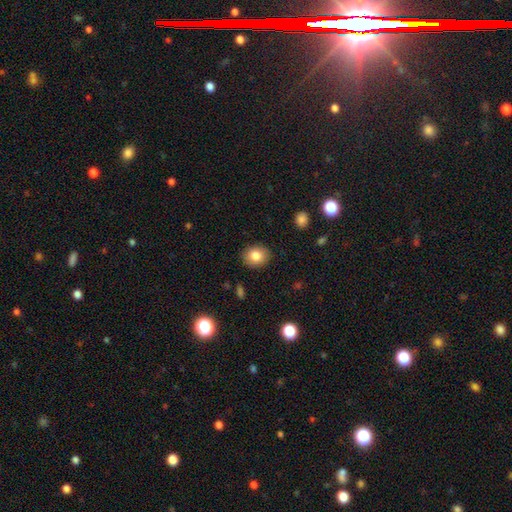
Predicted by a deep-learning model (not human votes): smooth_or_featured: smooth (p=0.83) [alt: star or artifact p=0.09]
how_rounded: round (p=0.57) [alt: in between p=0.42]
merging: none (p=0.89) [alt: minor disturbance p=0.08]